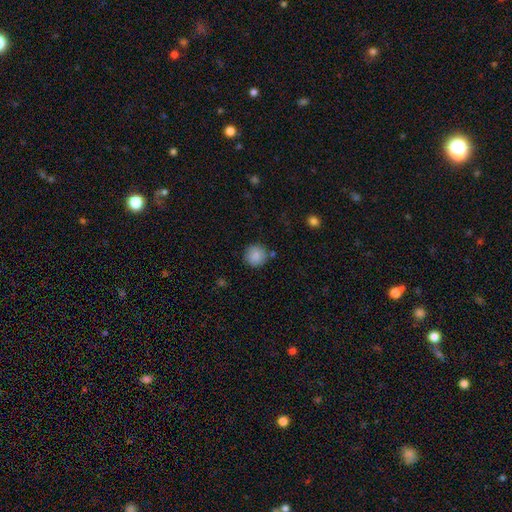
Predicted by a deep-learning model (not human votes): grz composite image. It shows a smooth galaxy with no disk features (87%) that is round (94%). Merging: none (84%).